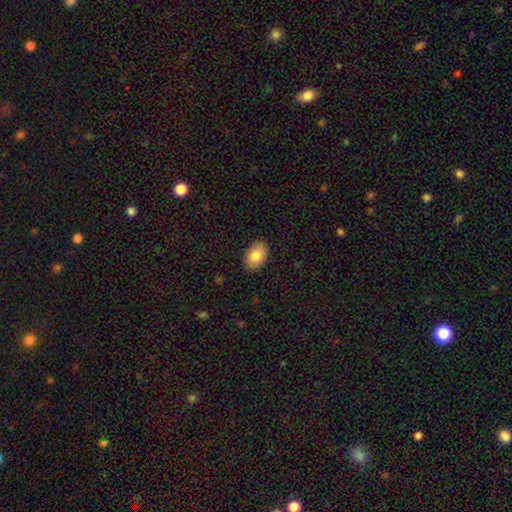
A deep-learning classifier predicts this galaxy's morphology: Smooth or featured? Predicted: smooth (p=0.83). How rounded? Predicted: in between (p=0.90). Merging? Predicted: none (p=0.89).